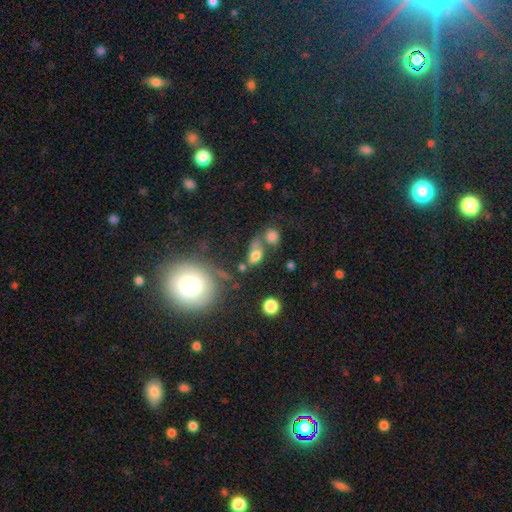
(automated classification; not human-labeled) Overall: smooth (68%). How rounded: in between (75%). Merging: none (42%; merger 29%).